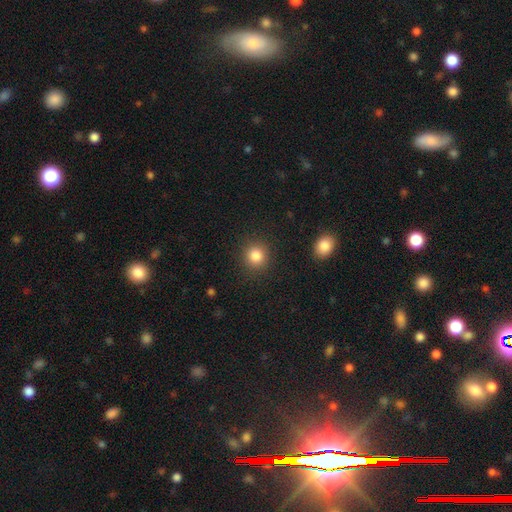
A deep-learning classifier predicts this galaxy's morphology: Overall: smooth (84%). How rounded: round (90%). Merging: none (89%).